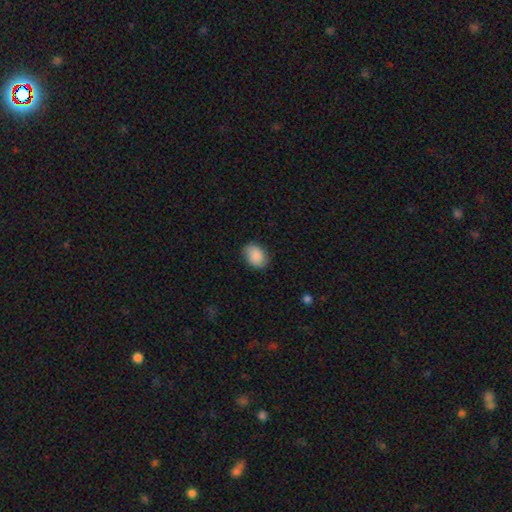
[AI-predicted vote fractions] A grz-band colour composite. It shows a smooth galaxy with no disk features (87%) that is in between round and cigar-shaped (75%). Merging: none (81%).